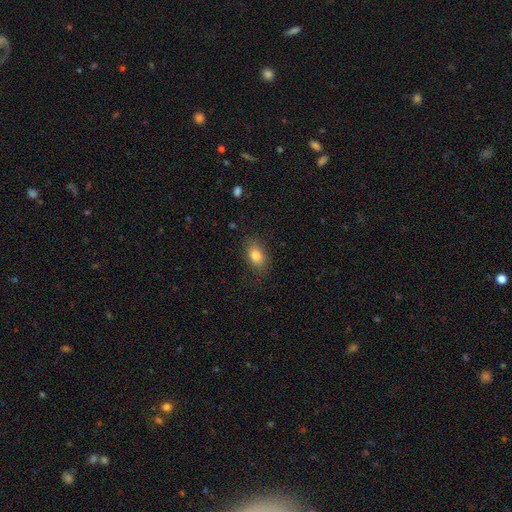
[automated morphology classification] A smooth galaxy with no disk features (82%) that is in between round and cigar-shaped (85%).

Vote fractions:
- Smooth or featured? smooth: 82% / featured or disk: 9% / star or artifact: 9%
- How rounded? in between: 85% / round: 13% / cigar-shaped: 3%
- Merging? none: 81% / minor disturbance: 14% / major disturbance: 4% / merger: 1%